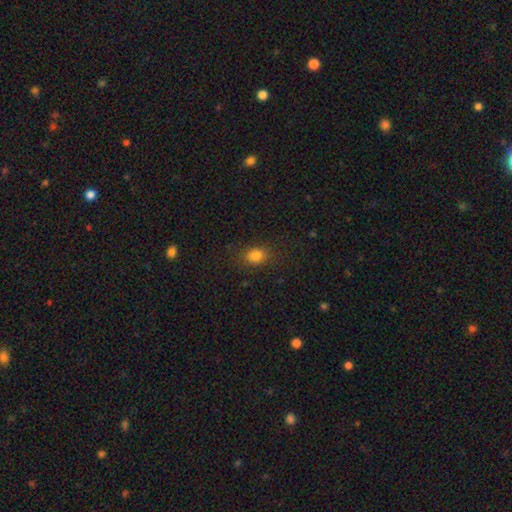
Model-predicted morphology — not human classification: type=smooth (82%); roundness=in between (51%); merging=none (84%).